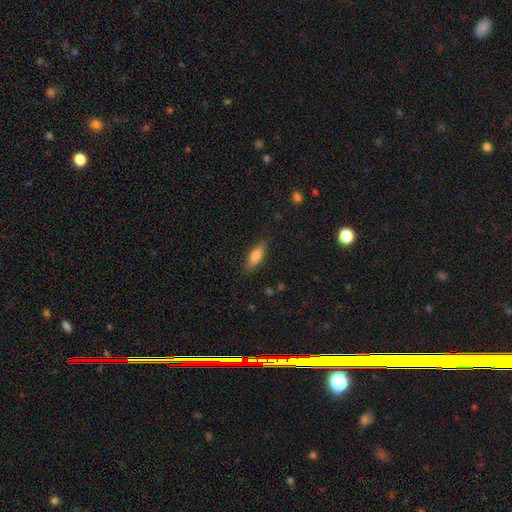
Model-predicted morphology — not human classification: Smooth or featured? Predicted: smooth (p=0.76). How rounded? Predicted: in between (p=0.56). Merging? Predicted: none (p=0.85).